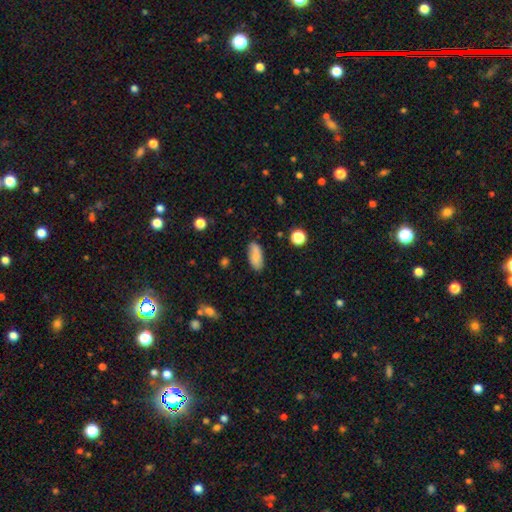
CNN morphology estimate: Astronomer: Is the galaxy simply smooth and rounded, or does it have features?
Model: smooth — 82%.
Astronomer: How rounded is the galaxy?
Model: in between — 85%.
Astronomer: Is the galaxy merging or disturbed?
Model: none — 82%.